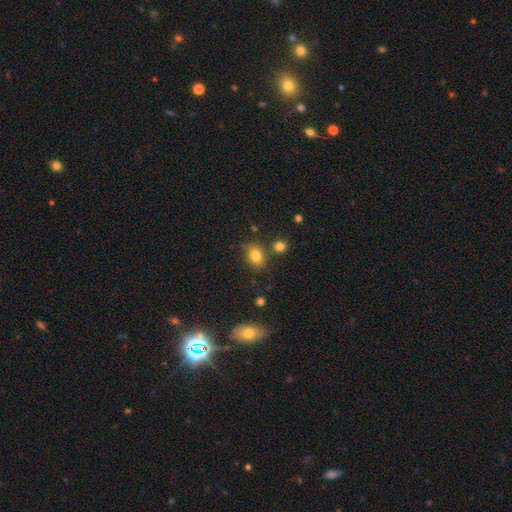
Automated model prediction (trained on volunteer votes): Smooth or featured? Predicted: smooth (p=0.81). How rounded? Predicted: in between (p=0.60). Merging? Predicted: none (p=0.74).